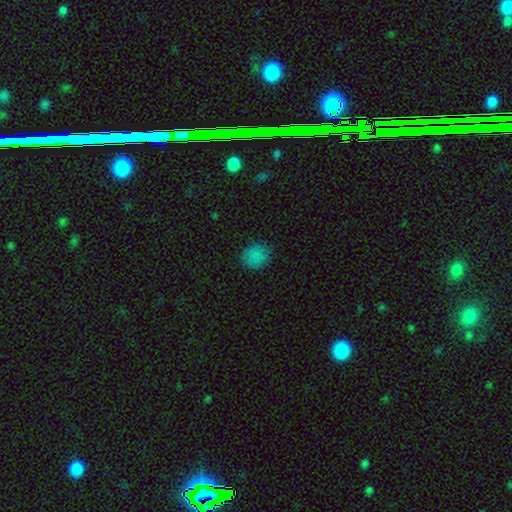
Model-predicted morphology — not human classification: smooth 84%, star or artifact 12%, featured or disk 4%. Down the decision tree: how rounded — round (73%); merging — none (86%).